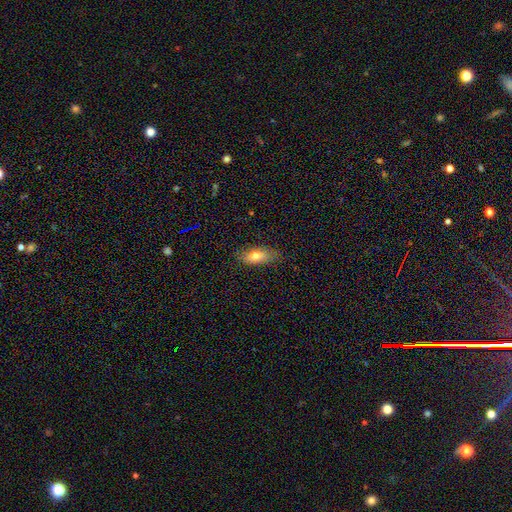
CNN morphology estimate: type=smooth (74%); roundness=in between (83%); merging=none (76%).